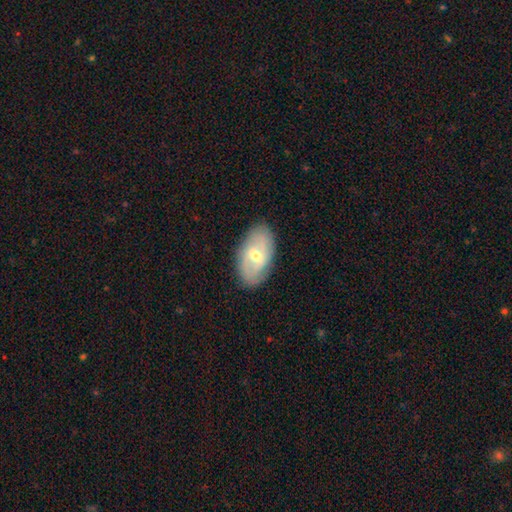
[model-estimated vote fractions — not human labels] Smooth or featured? Predicted: featured or disk (p=0.58). Edge-on disk? Predicted: no (p=0.91). Bar? Predicted: weak (p=0.52). Spiral arms? Predicted: yes (p=0.65). Bulge size? Predicted: moderate (p=0.57). Merging? Predicted: none (p=0.84).